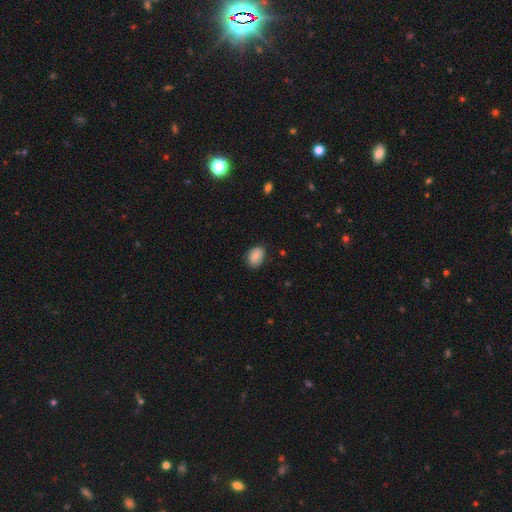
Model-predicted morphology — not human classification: smooth-or-featured: smooth: 86% | star or artifact: 7% | featured or disk: 6%
  how-rounded: in between: 80% | round: 19% | cigar-shaped: 1%
  merging: none: 79% | minor disturbance: 17% | major disturbance: 3% | merger: 1%